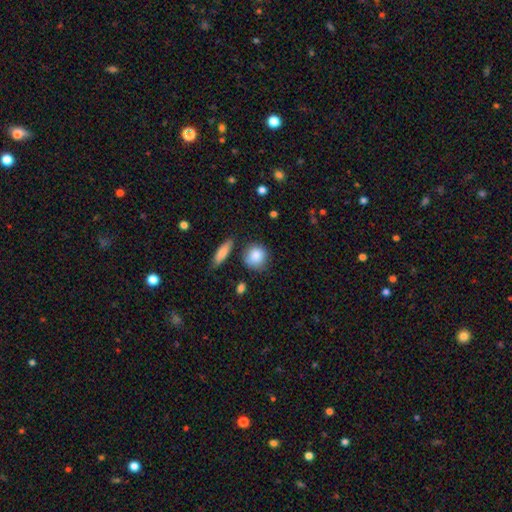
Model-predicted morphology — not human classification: This is clearly a smooth galaxy (86%). How rounded: clearly round (83%). Merging: likely none (73%).